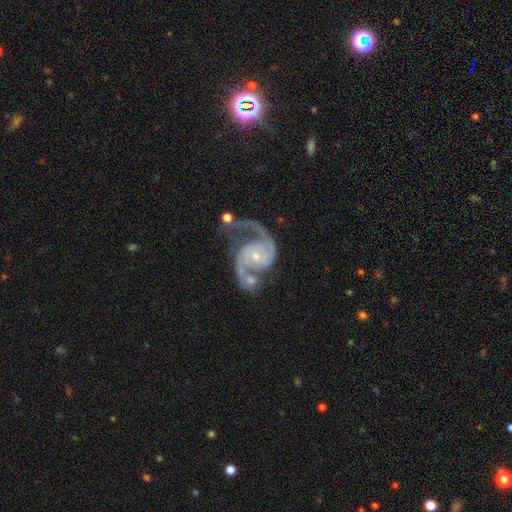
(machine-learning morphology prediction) Smooth or featured: featured or disk — 92% (star or artifact — 4%)
Edge-on disk: no — 98% (yes — 2%)
Bar: no — 62% (weak — 29%)
Spiral arms: yes — 98% (no — 2%)
Spiral winding: medium — 57% (loose — 26%)
Spiral arm count: 2 — 91% (1 — 2%)
Bulge size: small — 65% (moderate — 31%)
Merging: none — 44% (merger — 25%)